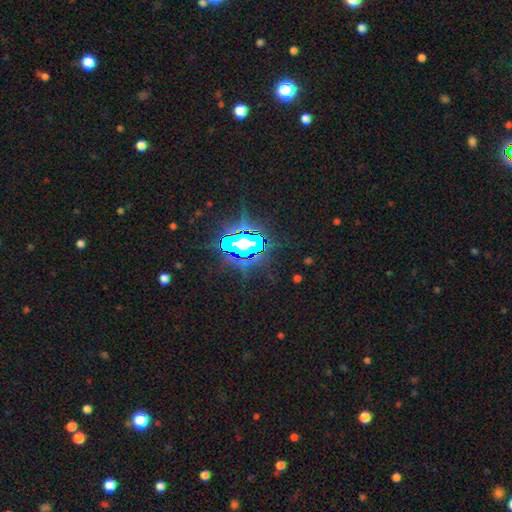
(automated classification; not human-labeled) Morphology: type=star or artifact (74%).